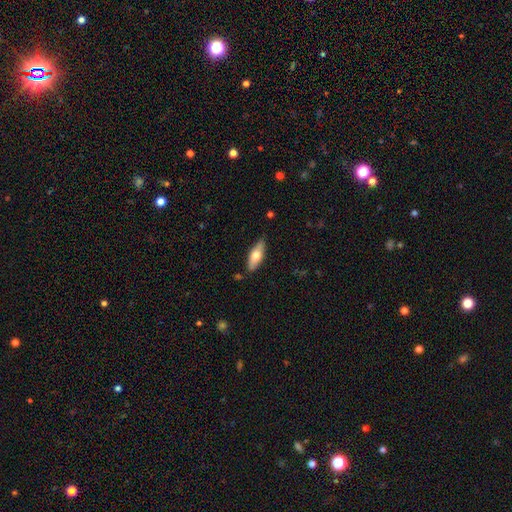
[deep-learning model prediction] Smooth or featured?
  - smooth: 58% *
  - featured or disk: 36%
  - star or artifact: 6%
How rounded?
  - in between: 62% *
  - cigar-shaped: 36%
  - round: 2%
Merging?
  - none: 84% *
  - minor disturbance: 12%
  - major disturbance: 2%
  - merger: 2%